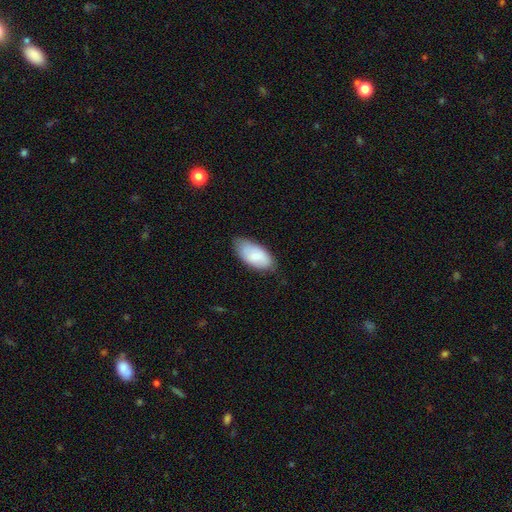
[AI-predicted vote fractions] Smooth or featured? smooth (75%)
How rounded? in between (94%)
Merging? none (71%)